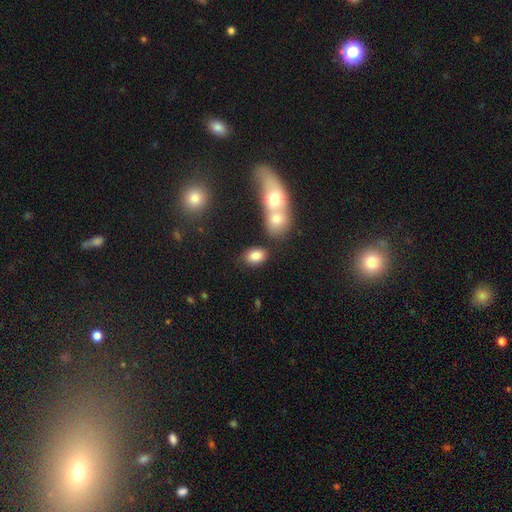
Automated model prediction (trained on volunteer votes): Morphology: type=smooth (82%); roundness=in between (81%); merging=none (69%).